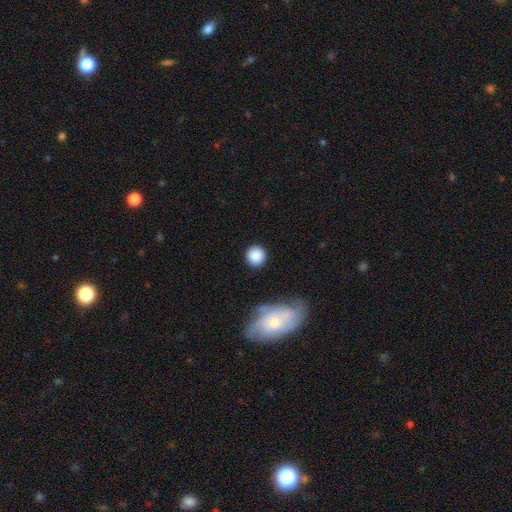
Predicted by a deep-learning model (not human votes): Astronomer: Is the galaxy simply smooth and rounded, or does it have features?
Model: smooth — 86%.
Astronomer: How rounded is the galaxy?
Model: round — 90%.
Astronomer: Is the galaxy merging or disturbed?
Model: none — 86%.